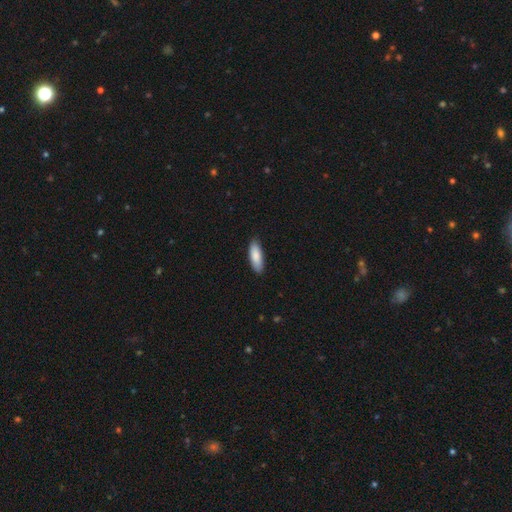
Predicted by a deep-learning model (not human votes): The model was most divided on "how rounded": in between: 61%, cigar-shaped: 38%, round: 2%. More confident: merging — none (87%); smooth or featured — smooth (87%).